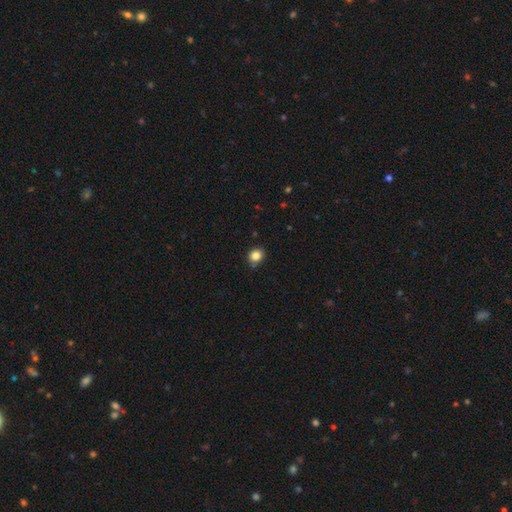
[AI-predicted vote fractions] This appears to be a smooth galaxy with no disk features (84%) that is round (81%). Merging: none (84%).